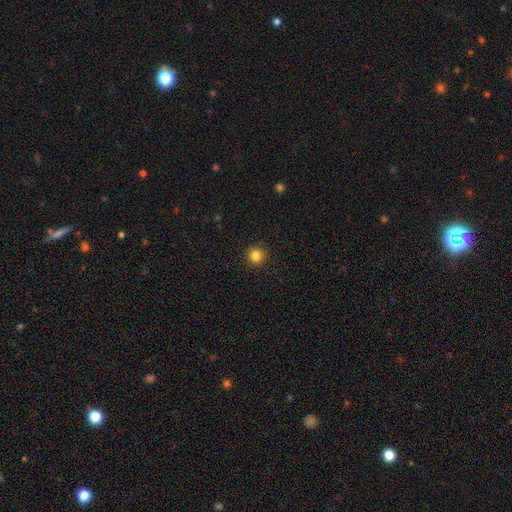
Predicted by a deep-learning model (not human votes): Smooth or featured? smooth (84%)
How rounded? round (94%)
Merging? none (91%)